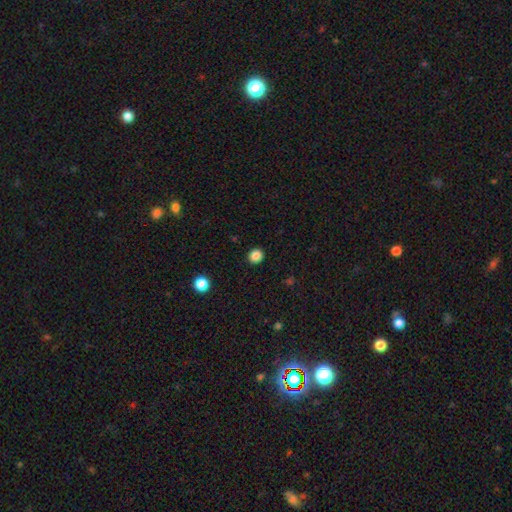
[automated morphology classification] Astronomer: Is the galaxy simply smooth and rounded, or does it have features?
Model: smooth — 85%.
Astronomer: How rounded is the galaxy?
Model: round — 87%.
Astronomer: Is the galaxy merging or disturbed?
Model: none — 92%.